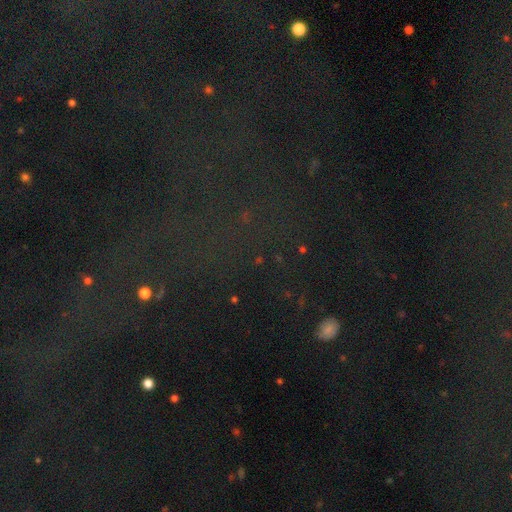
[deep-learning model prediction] star or artifact 74%, smooth 14%, featured or disk 11%.